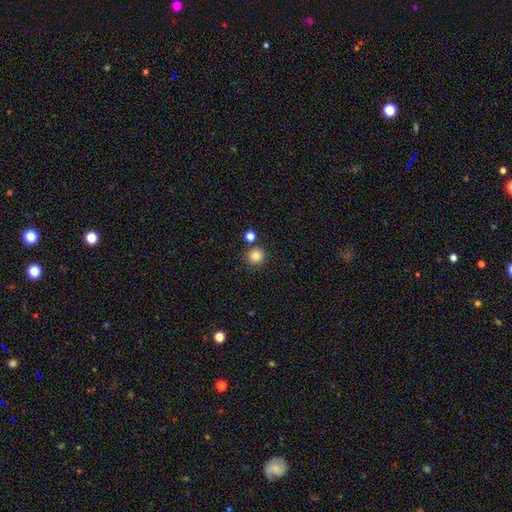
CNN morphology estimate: A smooth galaxy with no disk features (84%) that is round (93%). Merging: none (82%).